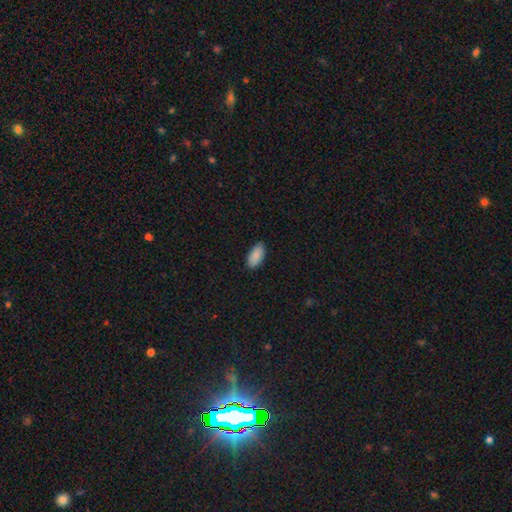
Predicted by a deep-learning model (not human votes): Smooth or featured: smooth — 90% (star or artifact — 6%)
How rounded: in between — 94% (cigar-shaped — 4%)
Merging: none — 87% (minor disturbance — 10%)